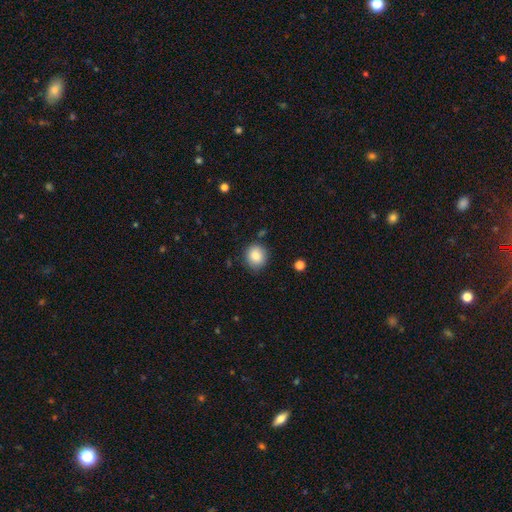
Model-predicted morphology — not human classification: smooth 86%, star or artifact 9%, featured or disk 5%. Down the decision tree: how rounded — round (83%); merging — none (84%).